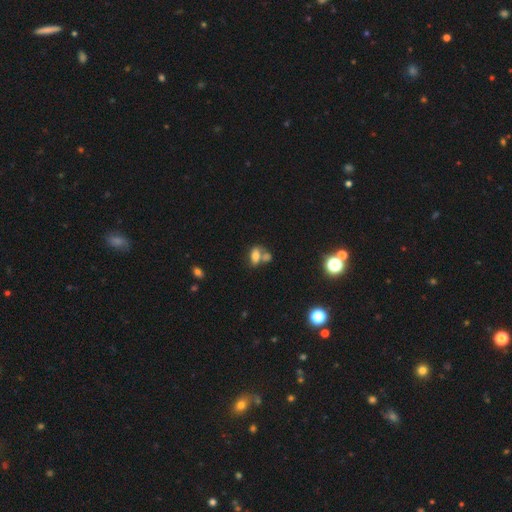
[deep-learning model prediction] A smooth galaxy with no disk features (68%) that is in between round and cigar-shaped (84%).

Vote fractions:
- Smooth or featured? smooth: 68% / featured or disk: 18% / star or artifact: 13%
- How rounded? in between: 84% / round: 10% / cigar-shaped: 6%
- Merging? merger: 45% / none: 37% / minor disturbance: 12% / major disturbance: 6%